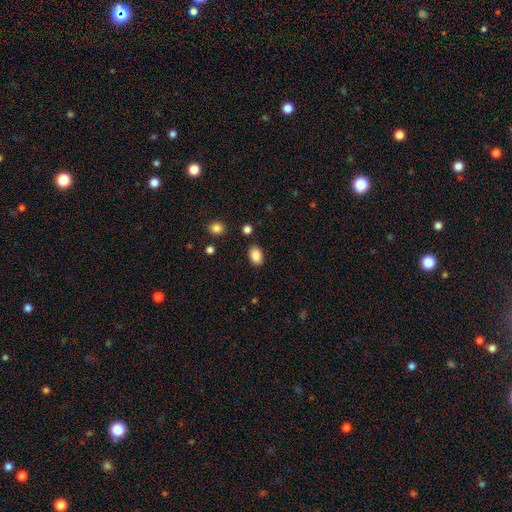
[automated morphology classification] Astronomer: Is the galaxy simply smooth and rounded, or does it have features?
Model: smooth — 88%.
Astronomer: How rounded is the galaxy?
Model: in between — 82%.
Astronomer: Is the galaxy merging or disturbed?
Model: none — 85%.